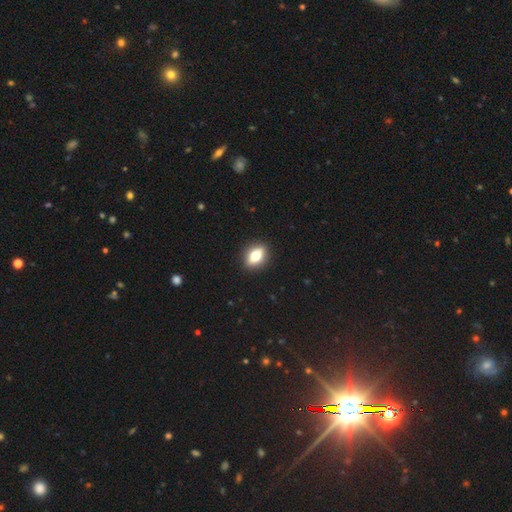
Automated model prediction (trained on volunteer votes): Smooth or featured? smooth (57%)
How rounded? in between (71%)
Merging? none (90%)